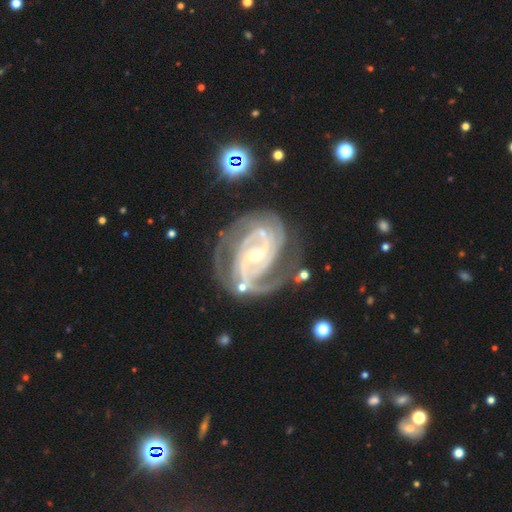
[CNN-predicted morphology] Q: Smooth or featured?
A: featured or disk (92%); runner-up: star or artifact (5%)
Q: Edge-on disk?
A: no (98%); runner-up: yes (2%)
Q: Bar?
A: weak (39%); runner-up: strong (38%)
Q: Spiral arms?
A: yes (98%); runner-up: no (2%)
Q: Spiral winding?
A: tight (54%); runner-up: medium (40%)
Q: Spiral arm count?
A: 2 (50%); runner-up: 3 (26%)
Q: Bulge size?
A: small (60%); runner-up: moderate (36%)
Q: Merging?
A: none (63%); runner-up: minor disturbance (21%)